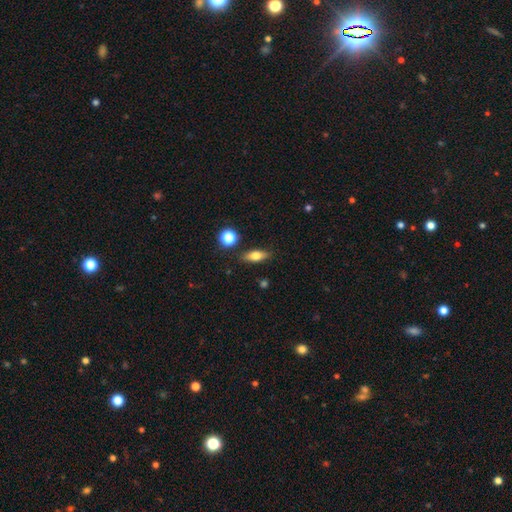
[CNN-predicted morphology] Overall: smooth (67%). How rounded: in between (69%). Merging: none (85%).